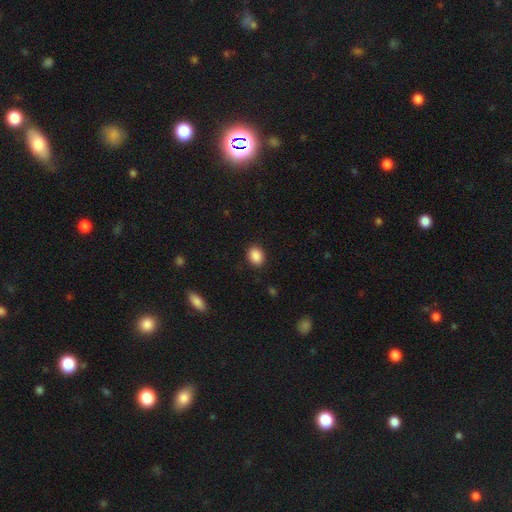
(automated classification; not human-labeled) This appears to be a smooth galaxy with no disk features (89%) that is in between round and cigar-shaped (57%). Merging: none (88%).